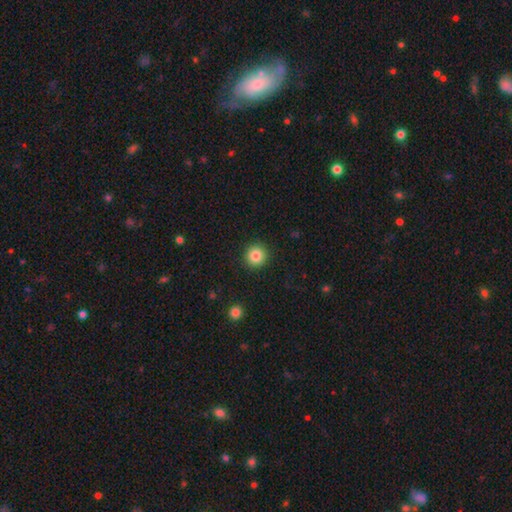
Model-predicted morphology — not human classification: The model was most divided on "smooth or featured": smooth: 84%, star or artifact: 10%, featured or disk: 6%. More confident: how rounded — round (93%); merging — none (92%).